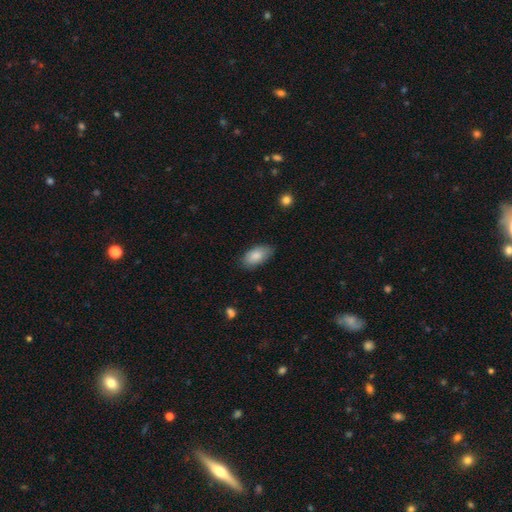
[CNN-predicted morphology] Smooth or featured: smooth — 83% (featured or disk — 11%)
How rounded: in between — 94% (cigar-shaped — 3%)
Merging: none — 77% (minor disturbance — 19%)